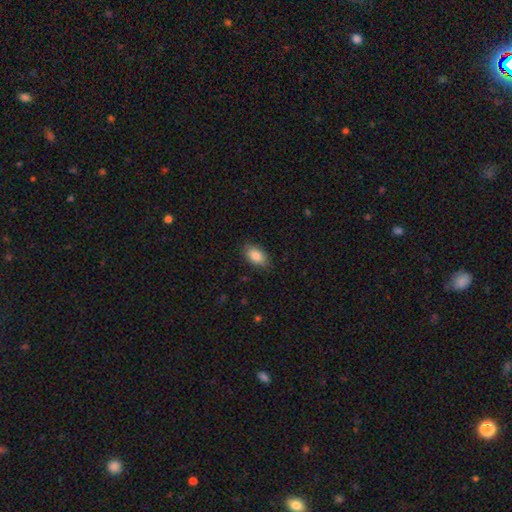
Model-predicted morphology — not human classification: Overall: smooth (87%). How rounded: in between (92%). Merging: none (83%).